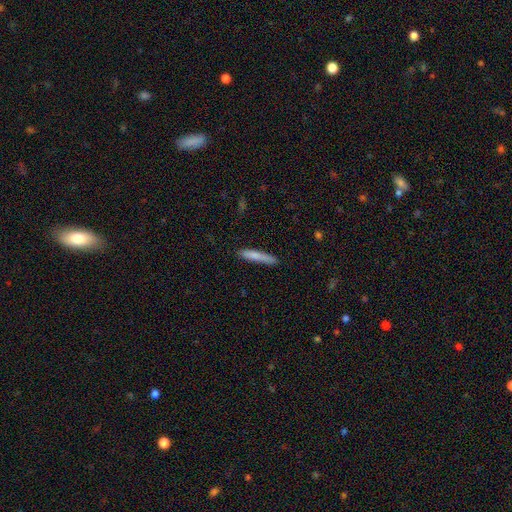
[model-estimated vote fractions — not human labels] smooth 79%, featured or disk 15%, star or artifact 6%. Down the decision tree: how rounded — cigar-shaped (93%); merging — none (81%).